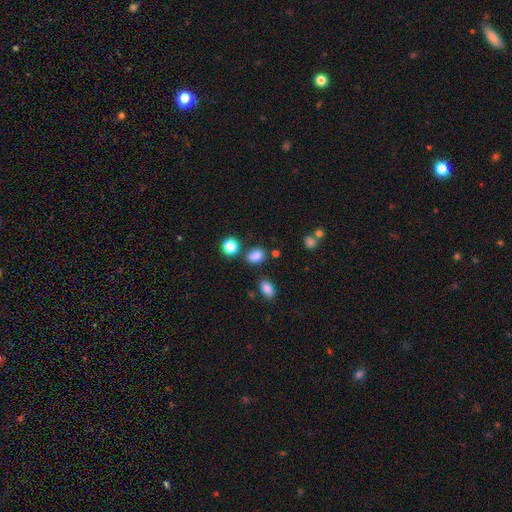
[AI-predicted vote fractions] This is clearly a smooth galaxy (82%). How rounded: likely in between (64%). Merging: likely none (71%).